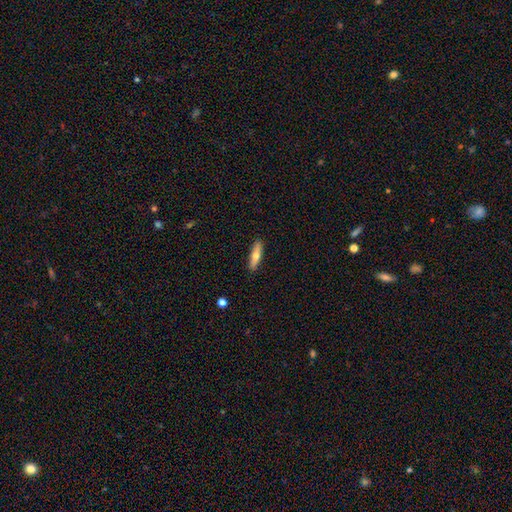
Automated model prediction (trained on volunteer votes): The model was most divided on "smooth or featured": smooth: 58%, featured or disk: 36%, star or artifact: 6%. More confident: merging — none (90%); how rounded — cigar-shaped (71%).